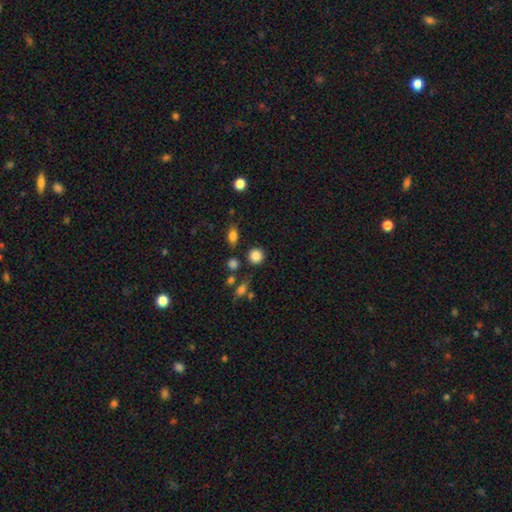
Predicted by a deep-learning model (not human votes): Smooth or featured: smooth — 84% (star or artifact — 10%)
How rounded: round — 88% (in between — 10%)
Merging: none — 82% (minor disturbance — 10%)